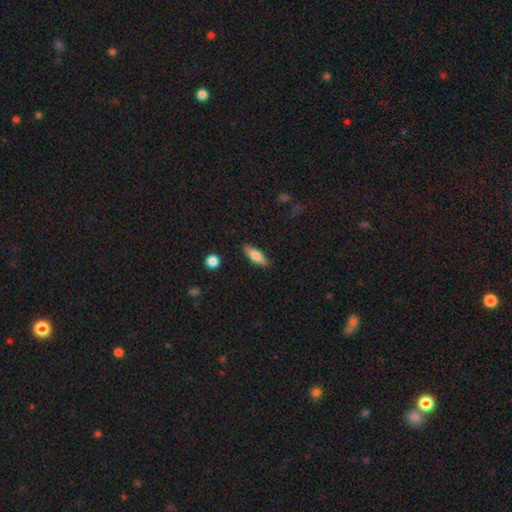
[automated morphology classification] Overall: smooth (69%). How rounded: in between (53%; cigar-shaped 44%). Merging: none (86%).